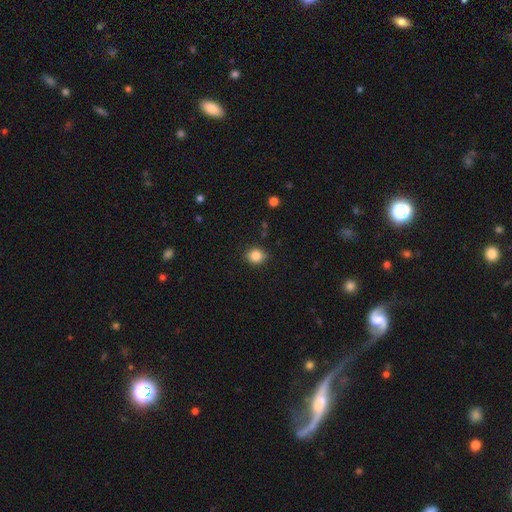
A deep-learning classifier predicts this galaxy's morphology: Overall: smooth (85%). How rounded: round (72%). Merging: none (85%).